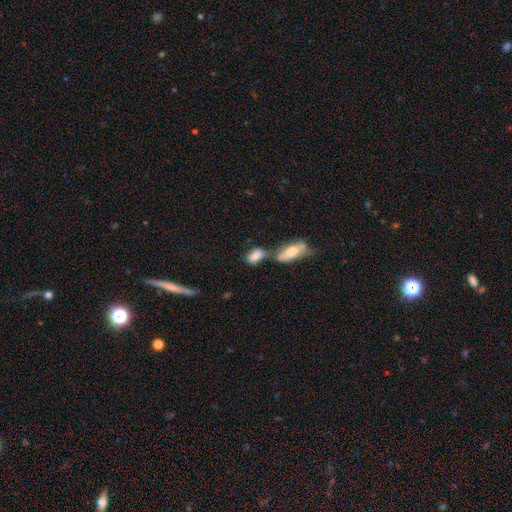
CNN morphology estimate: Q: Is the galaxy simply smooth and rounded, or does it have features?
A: smooth — 78%.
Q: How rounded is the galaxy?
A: in between — 86%.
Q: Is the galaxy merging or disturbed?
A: merger — 47%.